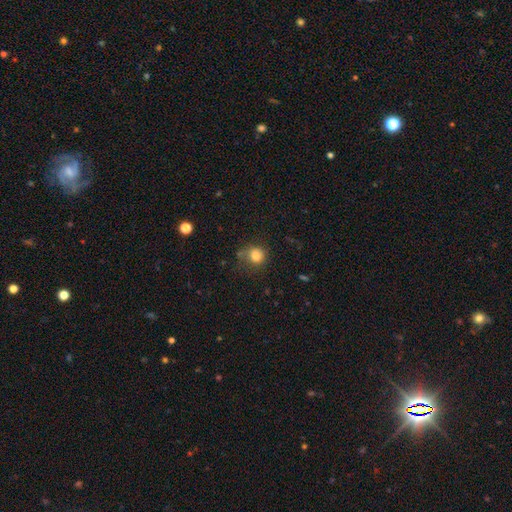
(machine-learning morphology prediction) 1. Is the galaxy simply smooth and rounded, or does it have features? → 80% smooth, 12% star or artifact, 8% featured or disk.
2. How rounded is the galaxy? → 84% round, 15% in between, 1% cigar-shaped.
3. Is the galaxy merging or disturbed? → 62% none, 23% minor disturbance, 9% major disturbance, 5% merger.